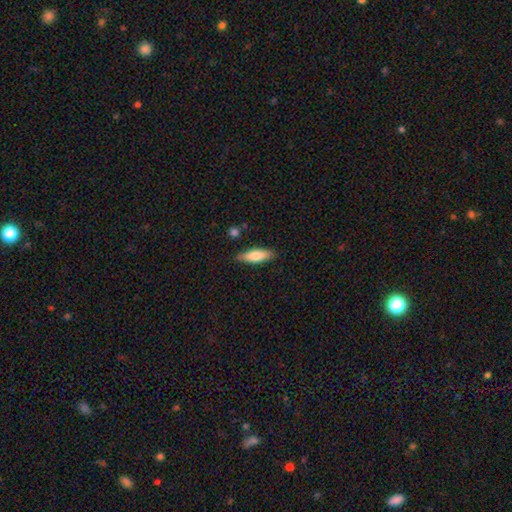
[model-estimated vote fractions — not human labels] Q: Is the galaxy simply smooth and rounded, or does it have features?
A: smooth — 75%.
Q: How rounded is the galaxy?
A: in between — 56%.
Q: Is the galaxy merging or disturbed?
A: none — 85%.